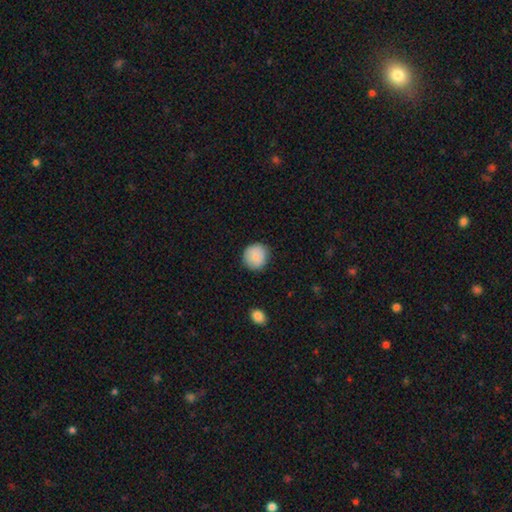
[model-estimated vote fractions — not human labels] This appears to be a smooth galaxy with no disk features (87%) that is round (91%). Merging: none (87%).